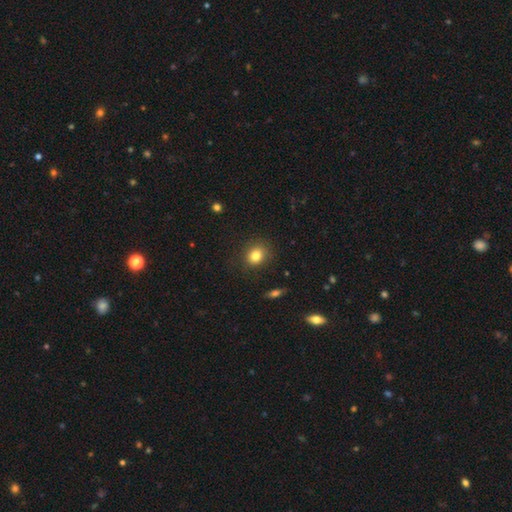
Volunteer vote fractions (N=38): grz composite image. It shows a smooth galaxy with no disk features (87%) that is round (79%). Merging: none (89%).